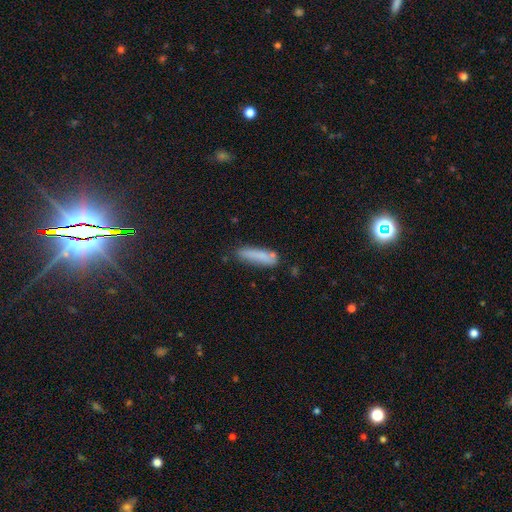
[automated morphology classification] Smooth or featured: smooth — 77% (featured or disk — 14%)
How rounded: cigar-shaped — 80% (in between — 18%)
Merging: none — 71% (minor disturbance — 19%)